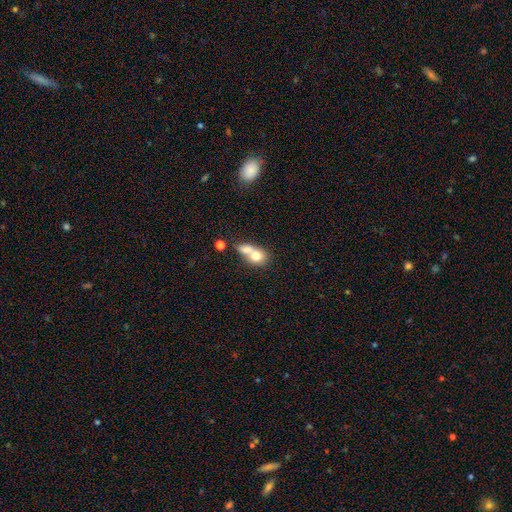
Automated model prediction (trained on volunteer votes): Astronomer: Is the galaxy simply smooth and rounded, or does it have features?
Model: smooth — 71%.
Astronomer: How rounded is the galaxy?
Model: round — 54% (runner-up: in between, 43%).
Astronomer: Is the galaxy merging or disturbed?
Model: merger — 67%.